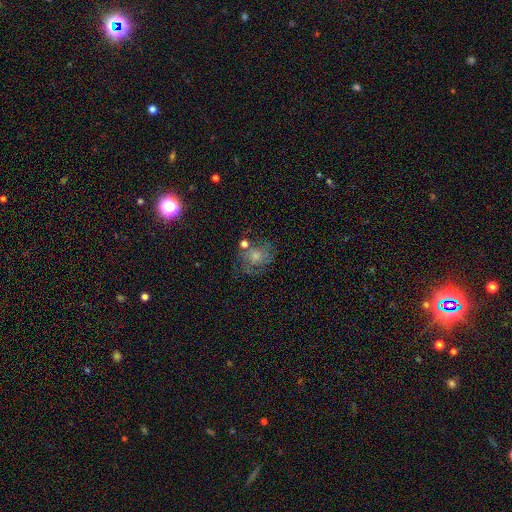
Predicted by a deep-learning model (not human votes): Morphology: type=featured or disk (52%); edge-on=no (97%); bar=no (79%); spiral arms=yes (72%); bulge=moderate (45%); merging=none (55%).